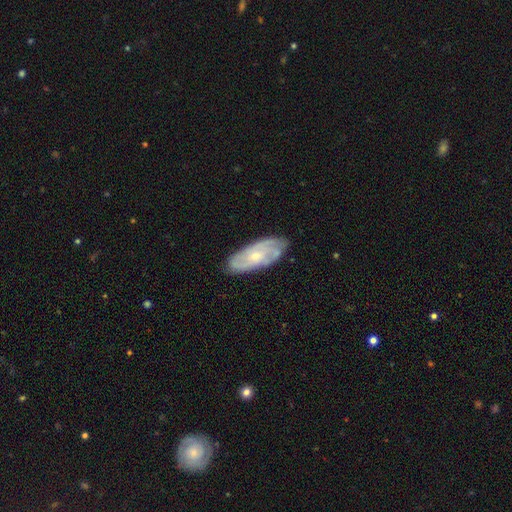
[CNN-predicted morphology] The model was most divided on "bulge size": small: 63%, moderate: 33%, none: 2%, large: 1%, dominant: 1%. More confident: edge-on disk — no (89%); spiral arms — yes (84%); merging — none (79%); bar — no (75%); smooth or featured — featured or disk (66%).